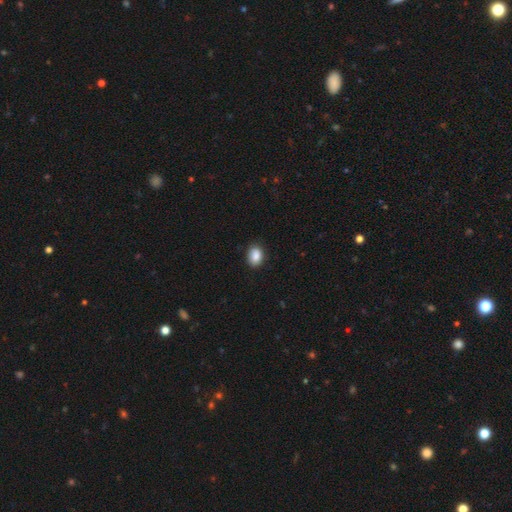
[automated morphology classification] This appears to be a smooth galaxy with no disk features (88%) that is in between round and cigar-shaped (77%). Merging: none (88%).